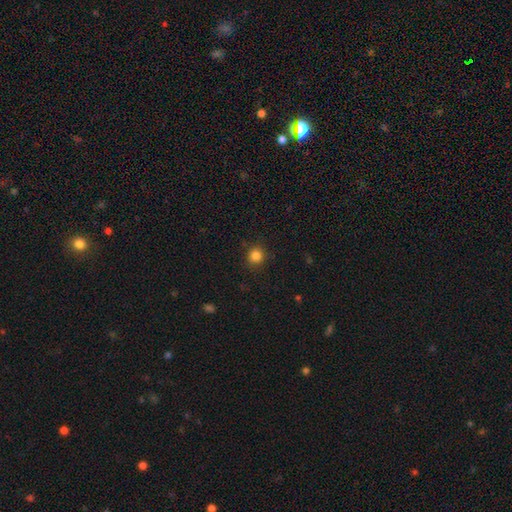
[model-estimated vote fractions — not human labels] A smooth galaxy with no disk features (84%) that is round (92%).

Vote fractions:
- Smooth or featured? smooth: 84% / star or artifact: 12% / featured or disk: 4%
- How rounded? round: 92% / in between: 7% / cigar-shaped: 1%
- Merging? none: 90% / minor disturbance: 7% / major disturbance: 2% / merger: 1%